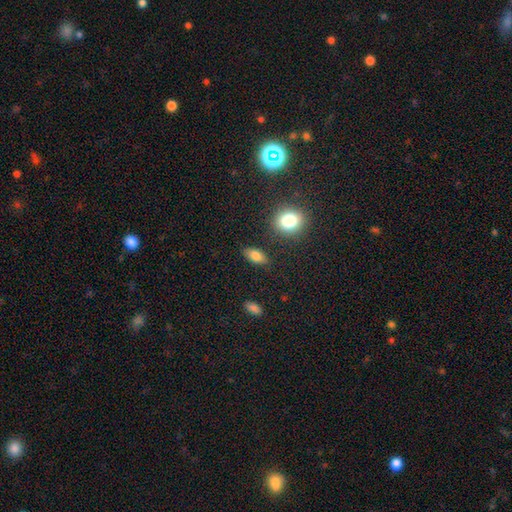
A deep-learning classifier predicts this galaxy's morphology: smooth_or_featured: smooth (p=0.81) [alt: featured or disk p=0.10]
how_rounded: in between (p=0.87) [alt: cigar-shaped p=0.07]
merging: none (p=0.84) [alt: minor disturbance p=0.11]